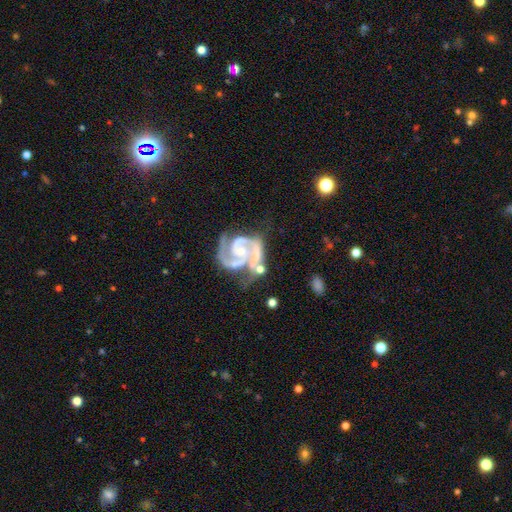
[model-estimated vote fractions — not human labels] smooth-or-featured: featured or disk: 92% | star or artifact: 4% | smooth: 3%
  disk-edge-on: no: 98% | yes: 2%
    bar: no: 60% | weak: 29% | strong: 11%
    has-spiral-arms: yes: 98% | no: 2%
      spiral-winding: medium: 47% | tight: 46% | loose: 7%
      spiral-arm-count: 2: 79% | 3: 12% | can't tell: 3% | 1: 2% | 4: 2% | more than 4: 2%
    bulge-size: small: 64% | moderate: 29% | none: 5% | large: 2% | dominant: 1%
  merging: none: 43% | minor disturbance: 24% | merger: 17% | major disturbance: 16%